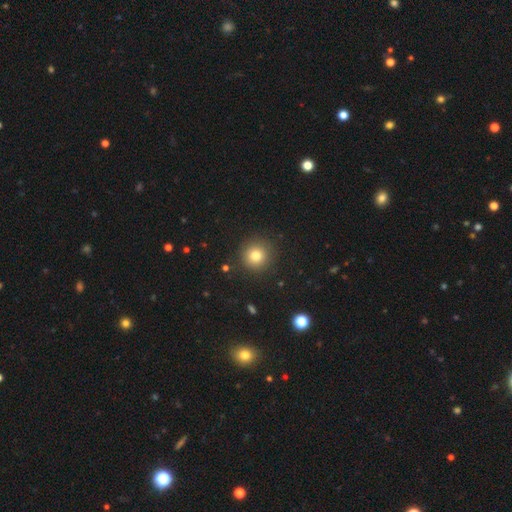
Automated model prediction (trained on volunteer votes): smooth 80%, star or artifact 12%, featured or disk 7%. Down the decision tree: how rounded — round (94%); merging — none (90%).